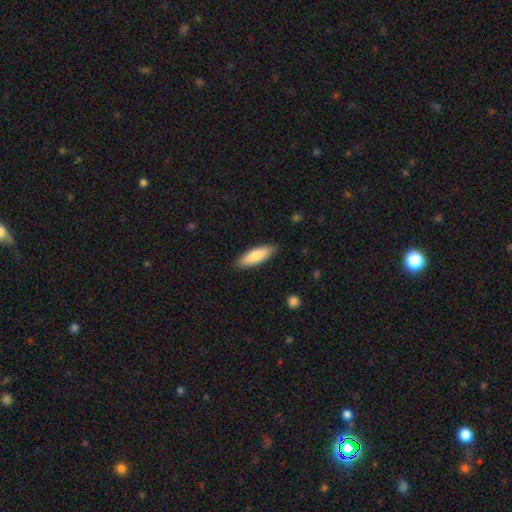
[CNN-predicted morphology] type=smooth (80%); roundness=in between (51%); merging=none (88%).